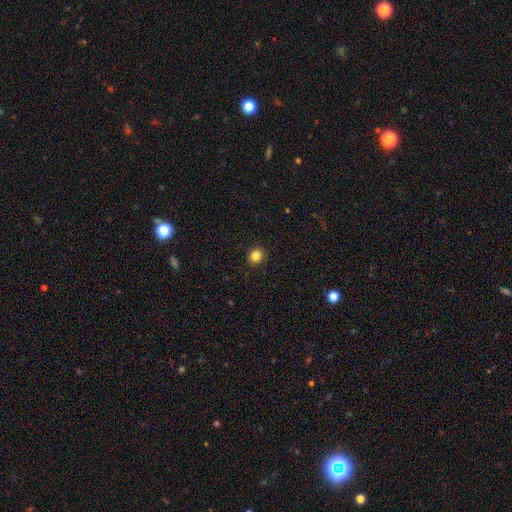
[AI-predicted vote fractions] Q: Smooth or featured?
A: smooth (84%); runner-up: star or artifact (11%)
Q: How rounded?
A: round (87%); runner-up: in between (12%)
Q: Merging?
A: none (91%); runner-up: minor disturbance (6%)